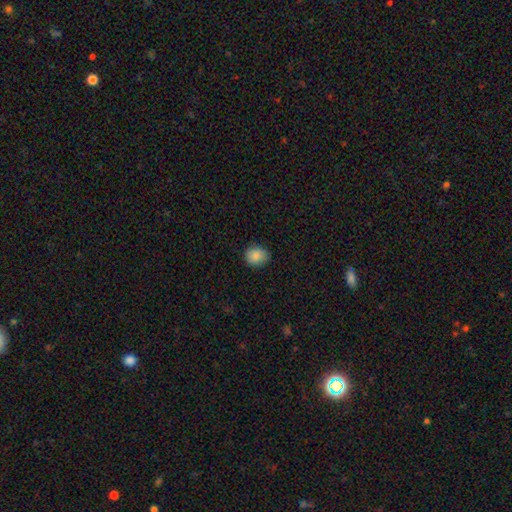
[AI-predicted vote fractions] Q: Smooth or featured?
A: smooth (87%); runner-up: star or artifact (8%)
Q: How rounded?
A: round (67%); runner-up: in between (32%)
Q: Merging?
A: none (83%); runner-up: minor disturbance (13%)